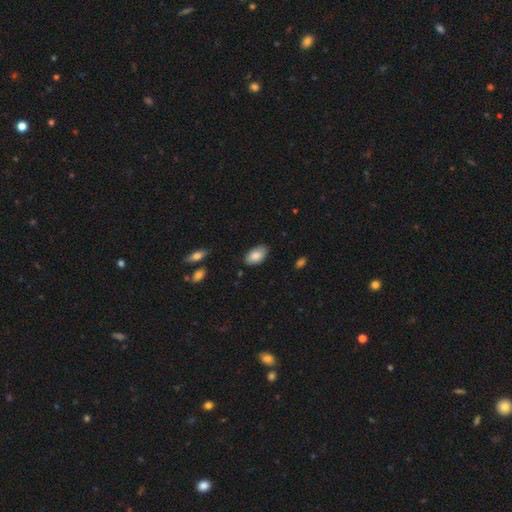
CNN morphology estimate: Smooth or featured: smooth — 84% (featured or disk — 10%)
How rounded: in between — 94% (round — 5%)
Merging: none — 82% (minor disturbance — 14%)